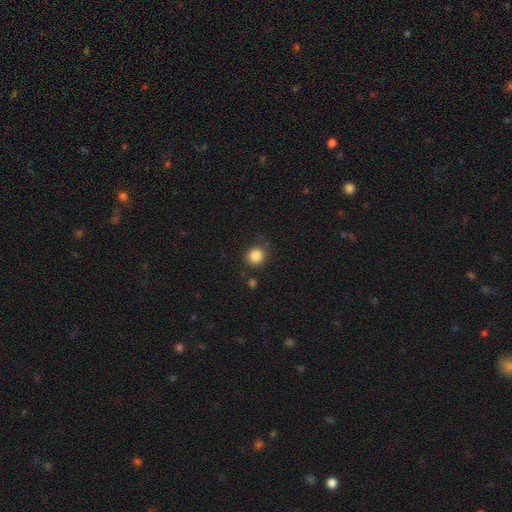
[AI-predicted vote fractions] The model was most divided on "how rounded": round: 83%, in between: 16%, cigar-shaped: 1%. More confident: smooth or featured — smooth (85%); merging — none (81%).